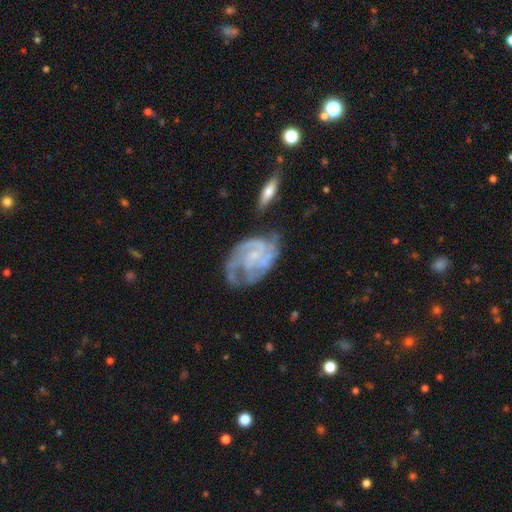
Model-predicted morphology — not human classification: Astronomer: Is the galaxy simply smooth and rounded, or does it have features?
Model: featured or disk — 83%.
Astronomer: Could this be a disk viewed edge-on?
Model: no — 97%.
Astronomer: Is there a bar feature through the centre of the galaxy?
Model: no — 65%.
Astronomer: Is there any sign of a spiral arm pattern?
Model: yes — 93%.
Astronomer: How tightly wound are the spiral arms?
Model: tight — 45% (runner-up: medium, 42%).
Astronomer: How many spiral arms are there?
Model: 2 — 29% (runner-up: 3, 28%).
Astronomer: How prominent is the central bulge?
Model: small — 68%.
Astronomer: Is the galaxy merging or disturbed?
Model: none — 49% (runner-up: minor disturbance, 25%).